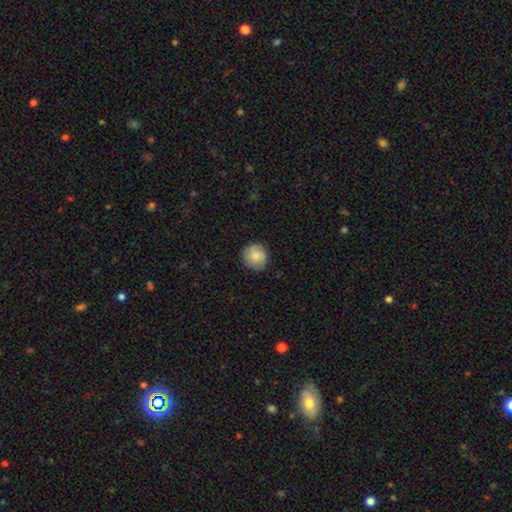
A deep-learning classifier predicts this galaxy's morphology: The model was most divided on "smooth or featured": smooth: 81%, featured or disk: 13%, star or artifact: 7%. More confident: how rounded — round (90%); merging — none (82%).